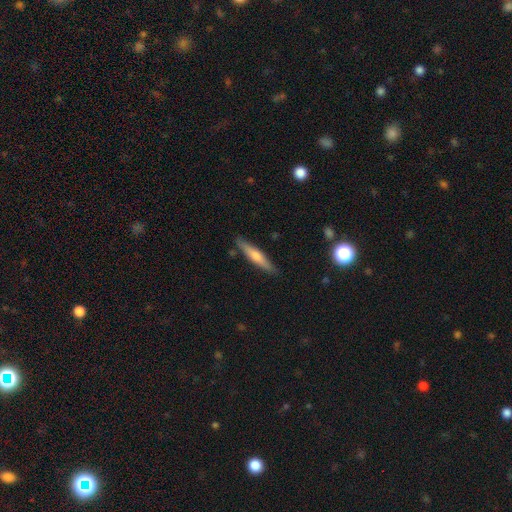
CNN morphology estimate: Overall: smooth (48%; featured or disk 46%). Merging: none (88%).